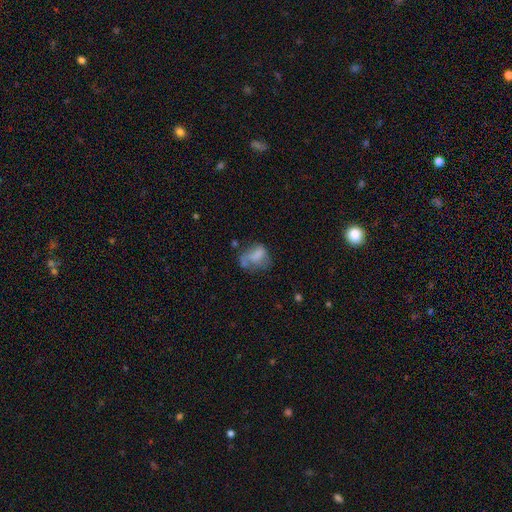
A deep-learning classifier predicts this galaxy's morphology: Smooth or featured?
  - smooth: 57% *
  - featured or disk: 32%
  - star or artifact: 12%
How rounded?
  - in between: 72% *
  - round: 26%
  - cigar-shaped: 2%
Merging?
  - major disturbance: 34% *
  - none: 27%
  - minor disturbance: 24%
  - merger: 15%